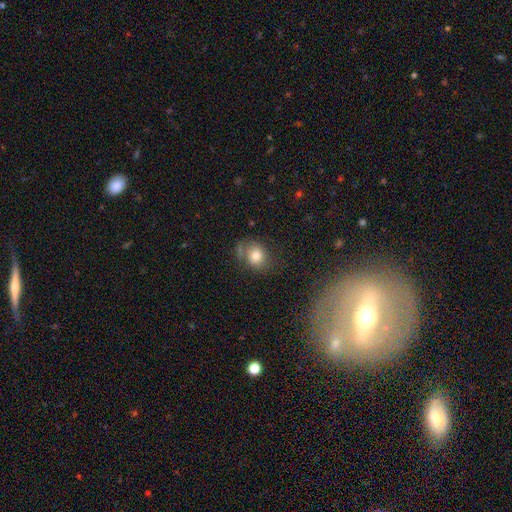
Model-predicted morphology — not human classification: Q: Smooth or featured?
A: smooth (78%); runner-up: featured or disk (11%)
Q: How rounded?
A: round (64%); runner-up: in between (35%)
Q: Merging?
A: none (58%); runner-up: minor disturbance (21%)